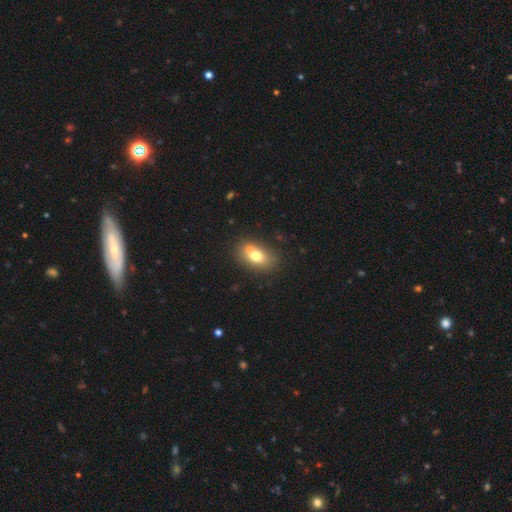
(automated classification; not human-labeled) This is likely a smooth galaxy (70%). How rounded: likely in between (80%). Merging: possibly none (55%).